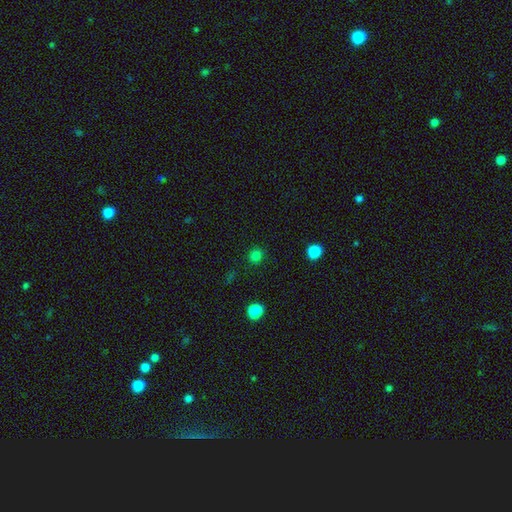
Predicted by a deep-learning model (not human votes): The model was most divided on "smooth or featured": smooth: 80%, star or artifact: 16%, featured or disk: 4%. More confident: how rounded — round (90%); merging — none (89%).